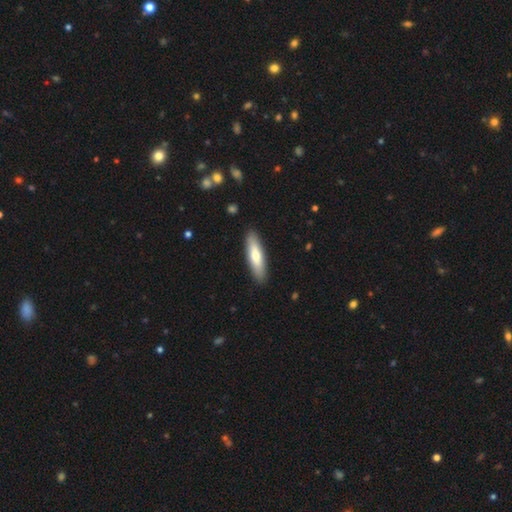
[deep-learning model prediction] The model was most divided on "how rounded": cigar-shaped: 67%, in between: 32%, round: 2%. More confident: merging — none (90%); smooth or featured — smooth (66%).